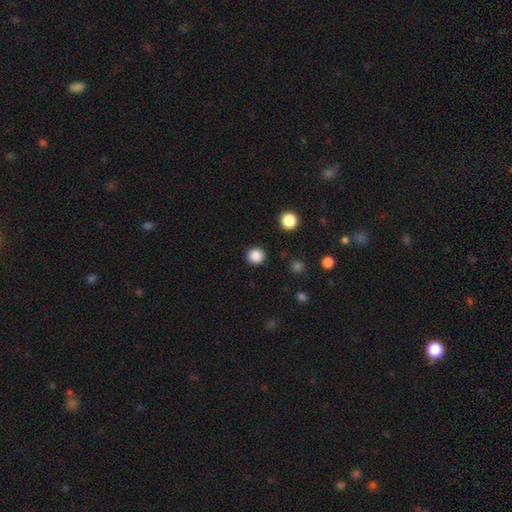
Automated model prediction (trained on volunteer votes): The model was most divided on "smooth or featured": smooth: 86%, star or artifact: 11%, featured or disk: 3%. More confident: how rounded — round (94%); merging — none (92%).